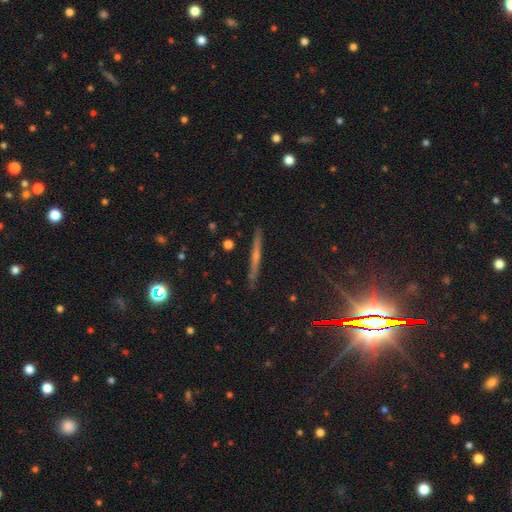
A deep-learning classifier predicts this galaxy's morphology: A featured or disk galaxy (62%) viewed edge-on (97%) with a rounded central bulge (53%).

Vote fractions:
- Smooth or featured? featured or disk: 62% / smooth: 24% / star or artifact: 14%
- Edge-on disk? yes: 97% / no: 3%
- Edge-on bulge? rounded: 53% / none: 40% / boxy: 7%
- Merging? none: 89% / minor disturbance: 8% / major disturbance: 2% / merger: 1%